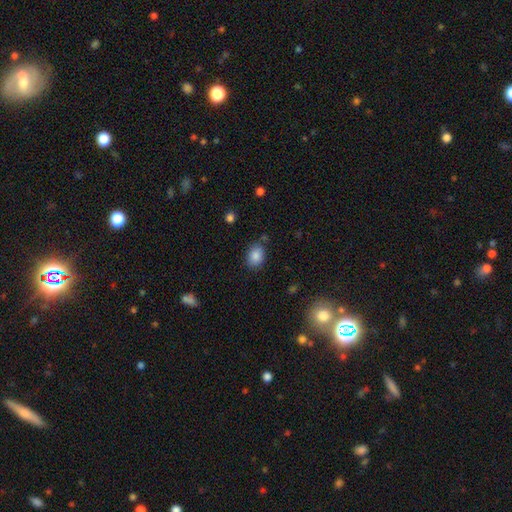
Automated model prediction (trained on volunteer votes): Smooth or featured?
  - smooth: 86% *
  - star or artifact: 8%
  - featured or disk: 5%
How rounded?
  - in between: 72% *
  - round: 27%
  - cigar-shaped: 1%
Merging?
  - none: 77% *
  - minor disturbance: 15%
  - merger: 4%
  - major disturbance: 4%